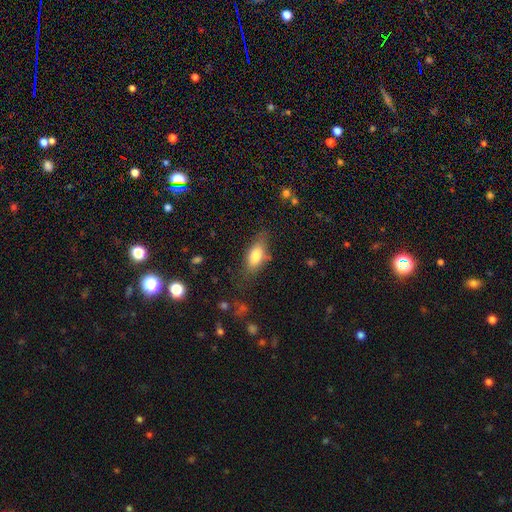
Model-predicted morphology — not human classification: smooth 75%, featured or disk 17%, star or artifact 8%. Down the decision tree: how rounded — in between (81%); merging — none (69%).